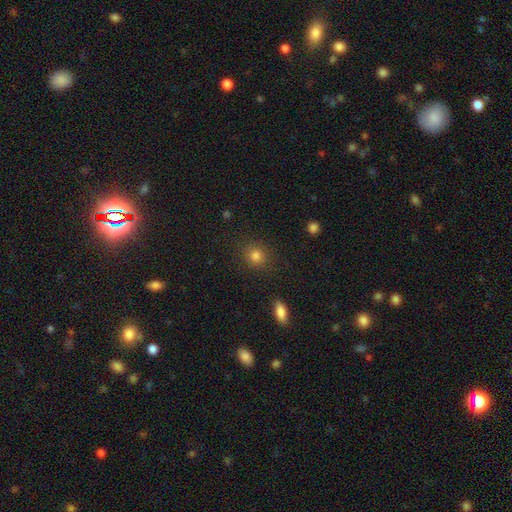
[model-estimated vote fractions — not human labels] Overall: smooth (82%). How rounded: round (84%). Merging: none (88%).